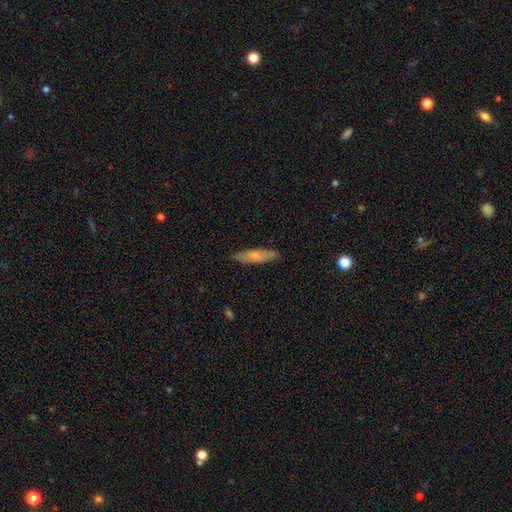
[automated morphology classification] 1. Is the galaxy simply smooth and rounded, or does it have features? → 68% smooth, 26% featured or disk, 6% star or artifact.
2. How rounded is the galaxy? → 66% cigar-shaped, 33% in between, 2% round.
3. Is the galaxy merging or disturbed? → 83% none, 14% minor disturbance, 2% major disturbance, 1% merger.